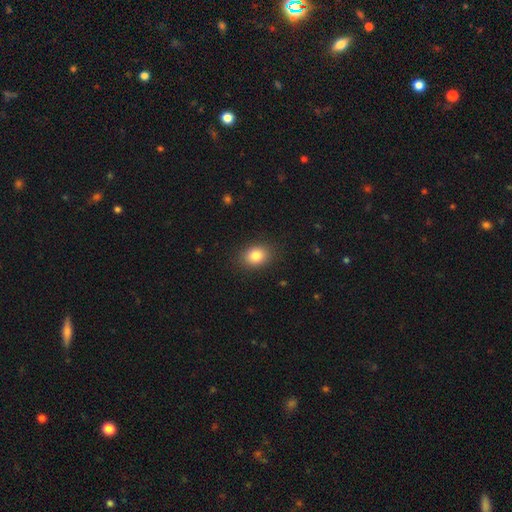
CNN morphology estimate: This appears to be a smooth galaxy with no disk features (84%) that is in between round and cigar-shaped (59%). Merging: none (88%).